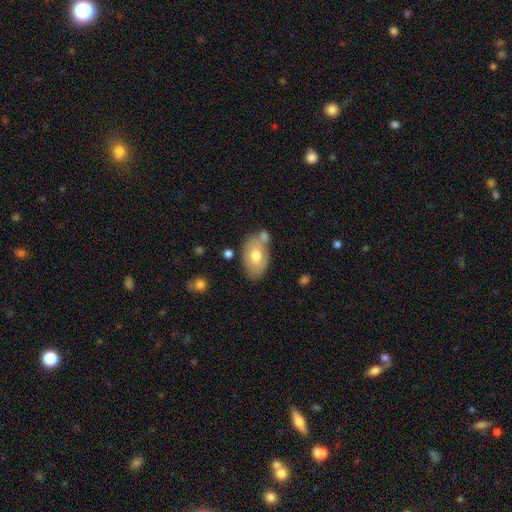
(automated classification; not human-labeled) This is likely a smooth galaxy (68%). How rounded: clearly in between (90%). Merging: likely none (62%).